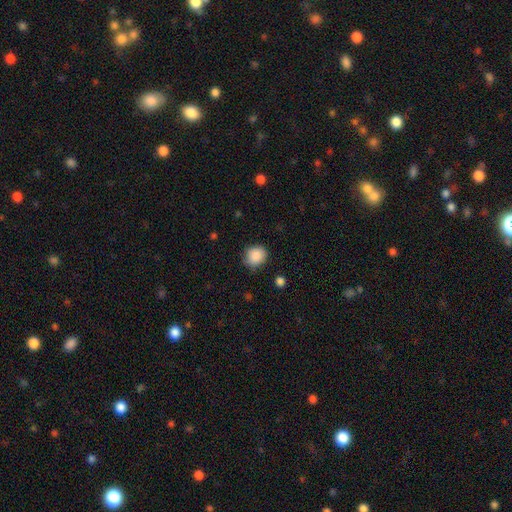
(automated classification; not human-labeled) This is clearly a smooth galaxy (88%). How rounded: likely round (77%). Merging: clearly none (81%).